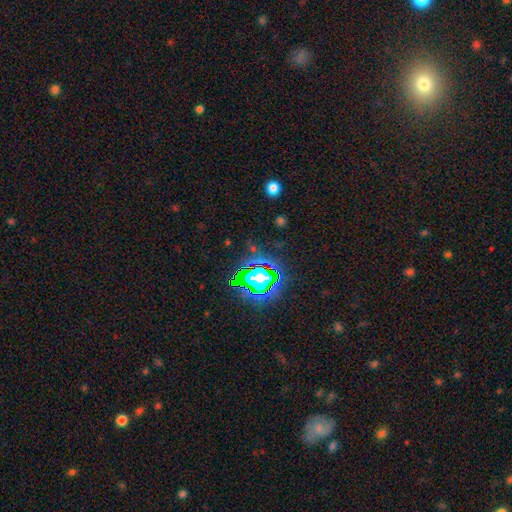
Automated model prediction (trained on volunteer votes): Smooth or featured?
  - star or artifact: 80% *
  - smooth: 13%
  - featured or disk: 7%